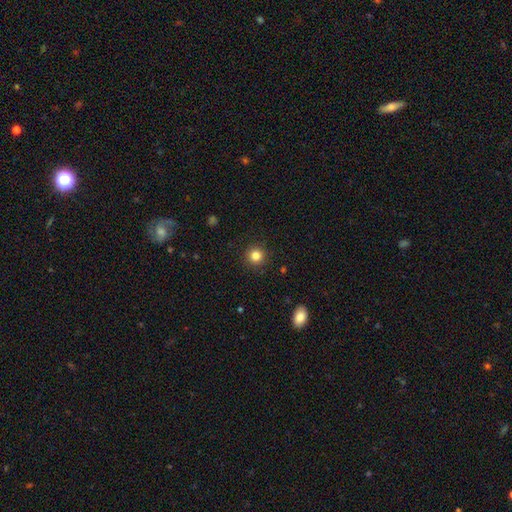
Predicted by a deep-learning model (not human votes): Q: Smooth or featured?
A: smooth (83%); runner-up: star or artifact (12%)
Q: How rounded?
A: round (95%); runner-up: in between (4%)
Q: Merging?
A: none (92%); runner-up: minor disturbance (5%)